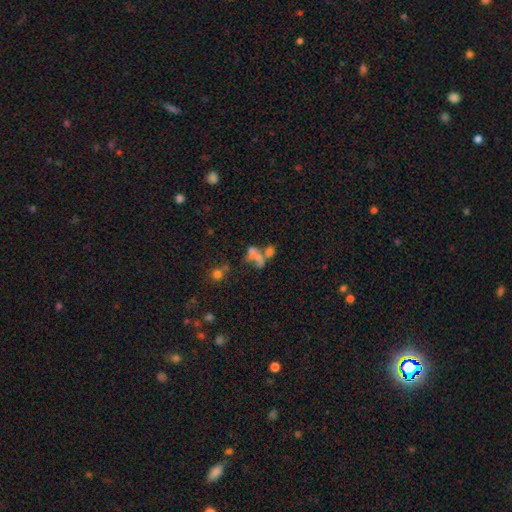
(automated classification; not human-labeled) A smooth galaxy with no disk features (48%).

Vote fractions:
- Smooth or featured? smooth: 48% / featured or disk: 32% / star or artifact: 20%
- Merging? merger: 54% / none: 20% / major disturbance: 17% / minor disturbance: 9%